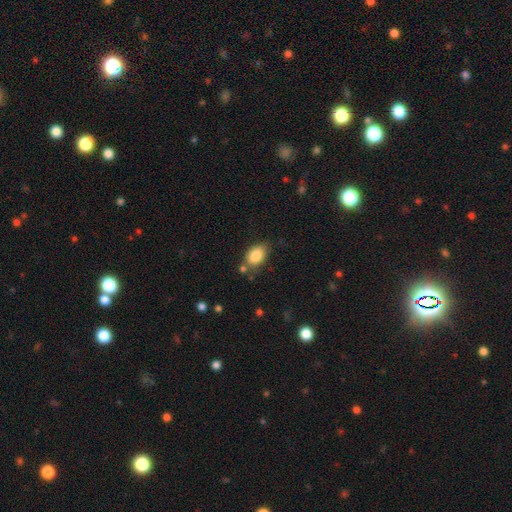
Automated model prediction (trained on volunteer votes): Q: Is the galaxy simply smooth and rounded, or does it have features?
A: smooth — 86%.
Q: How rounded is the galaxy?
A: in between — 85%.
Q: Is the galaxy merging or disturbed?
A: none — 68%.